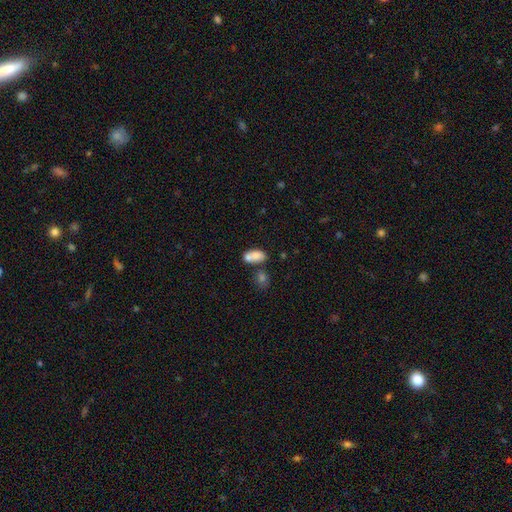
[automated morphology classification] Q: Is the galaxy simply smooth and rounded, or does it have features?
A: smooth — 77%.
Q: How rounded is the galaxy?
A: in between — 86%.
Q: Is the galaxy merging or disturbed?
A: merger — 49%.